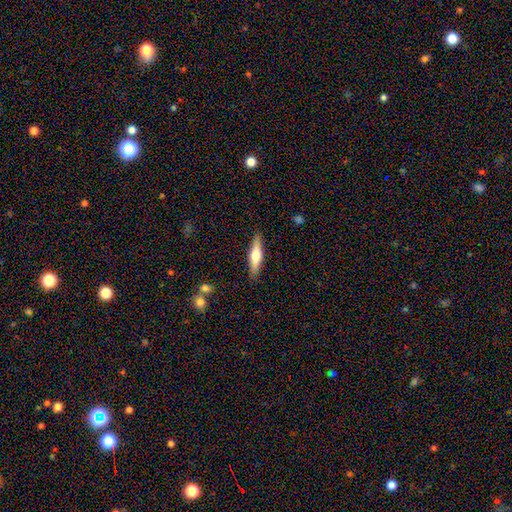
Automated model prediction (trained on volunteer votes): This appears to be a featured or disk galaxy (48%). Merging: none (89%).